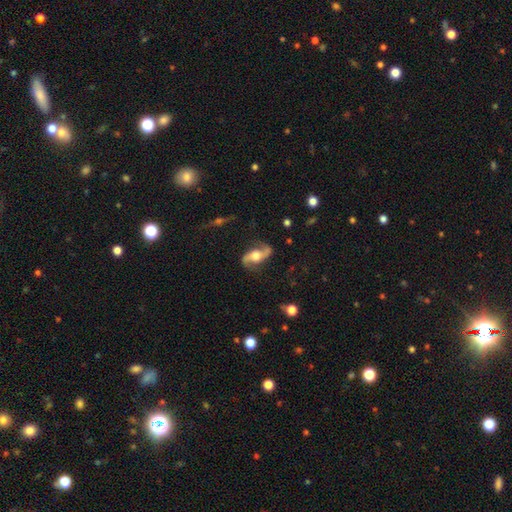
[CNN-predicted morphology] A featured or disk galaxy (84%) with no bar (57%), 2 (94%) loose (70%) spiral arms (95%) and a moderate central bulge (50%). Merging: none (78%).